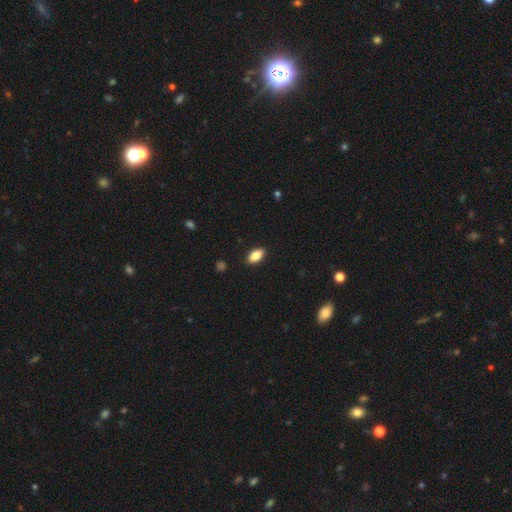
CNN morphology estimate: A smooth galaxy with no disk features (82%) that is in between round and cigar-shaped (90%).

Vote fractions:
- Smooth or featured? smooth: 82% / featured or disk: 10% / star or artifact: 8%
- How rounded? in between: 90% / cigar-shaped: 6% / round: 4%
- Merging? none: 89% / minor disturbance: 8% / major disturbance: 2% / merger: 1%